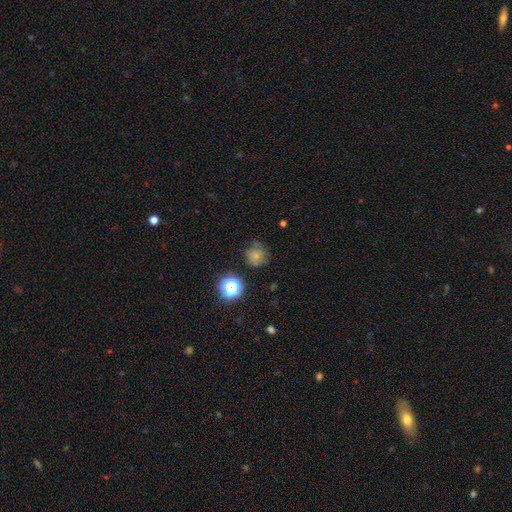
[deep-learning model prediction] smooth 70%, star or artifact 19%, featured or disk 11%. Down the decision tree: how rounded — round (87%); merging — none (66%).